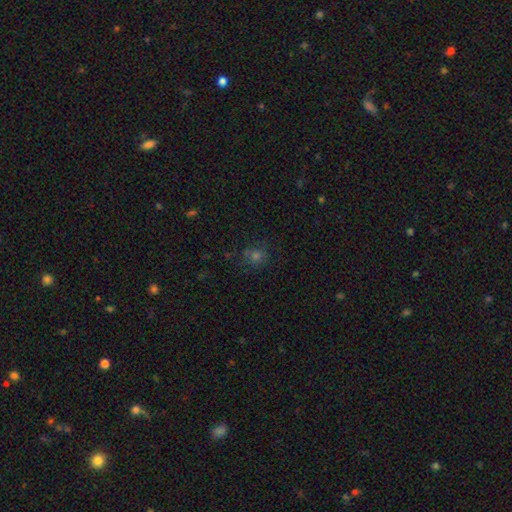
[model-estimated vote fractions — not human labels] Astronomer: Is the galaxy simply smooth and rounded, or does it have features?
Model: smooth — 55% (runner-up: star or artifact, 35%).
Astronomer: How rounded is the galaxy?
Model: round — 83%.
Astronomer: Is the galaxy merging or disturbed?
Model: none — 77%.